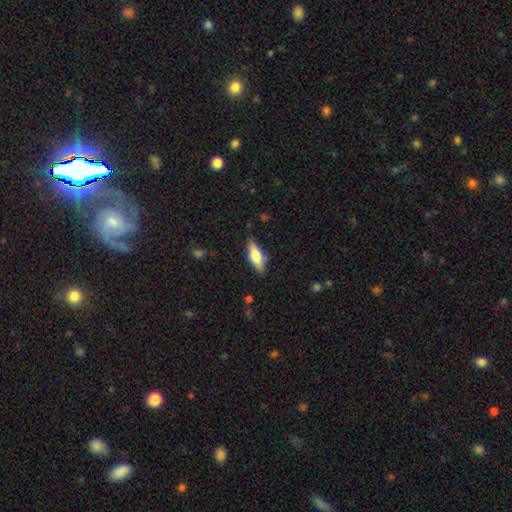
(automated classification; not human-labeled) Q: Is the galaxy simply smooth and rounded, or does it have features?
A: smooth — 57%.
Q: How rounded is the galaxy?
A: in between — 60%.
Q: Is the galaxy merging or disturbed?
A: none — 84%.